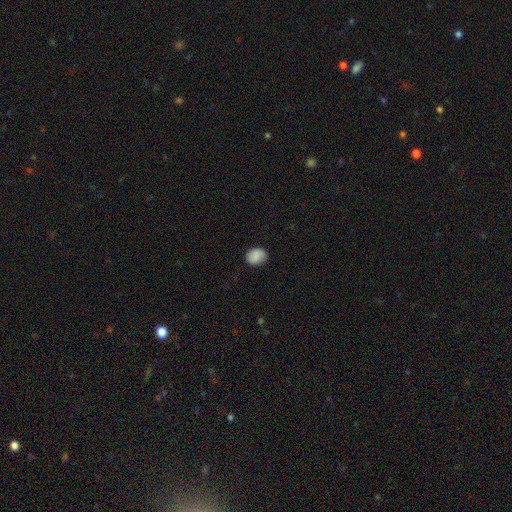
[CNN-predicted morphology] smooth 81%, featured or disk 11%, star or artifact 8%. Down the decision tree: how rounded — round (55%); merging — none (84%).